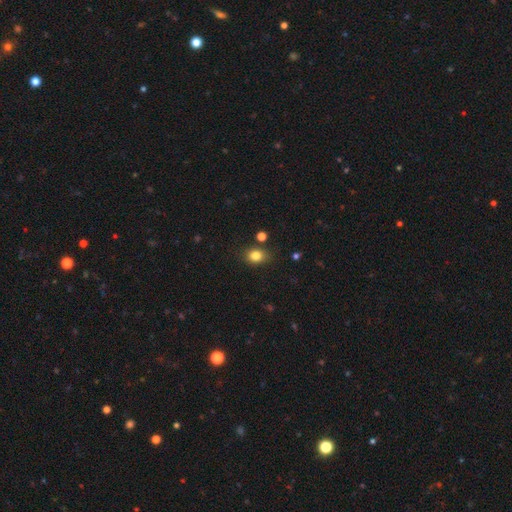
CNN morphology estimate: smooth_or_featured: smooth (p=0.82) [alt: star or artifact p=0.12]
how_rounded: in between (p=0.55) [alt: round p=0.44]
merging: none (p=0.81) [alt: minor disturbance p=0.13]